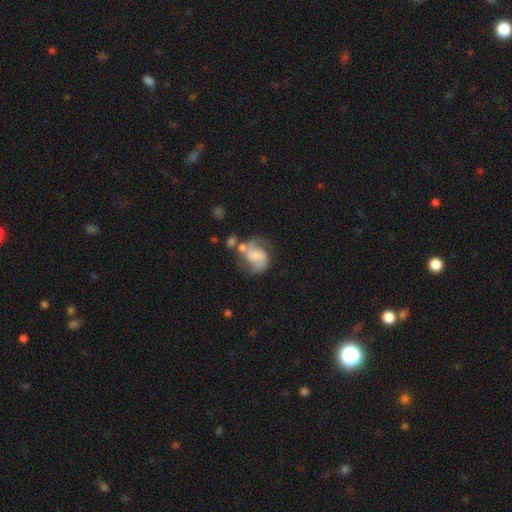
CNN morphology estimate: Smooth or featured? Predicted: featured or disk (p=0.73). Edge-on disk? Predicted: no (p=0.98). Bar? Predicted: no (p=0.45). Spiral arms? Predicted: yes (p=0.92). Spiral winding? Predicted: medium (p=0.50). Spiral arm count? Predicted: 2 (p=0.84). Bulge size? Predicted: small (p=0.36). Merging? Predicted: none (p=0.47).